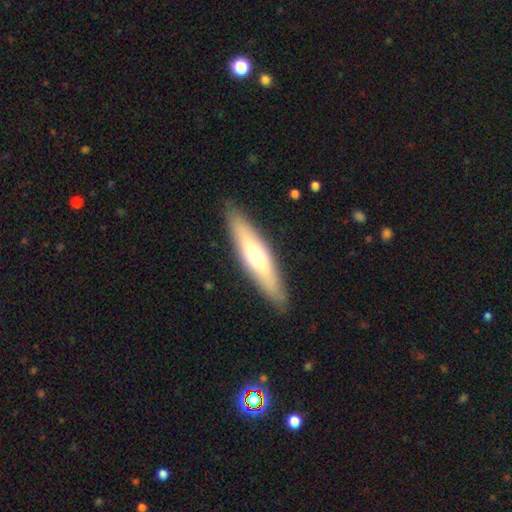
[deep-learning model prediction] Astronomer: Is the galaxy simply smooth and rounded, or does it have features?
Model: smooth — 50% (runner-up: featured or disk, 44%).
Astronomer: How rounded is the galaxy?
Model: cigar-shaped — 75%.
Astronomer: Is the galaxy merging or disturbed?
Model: none — 89%.